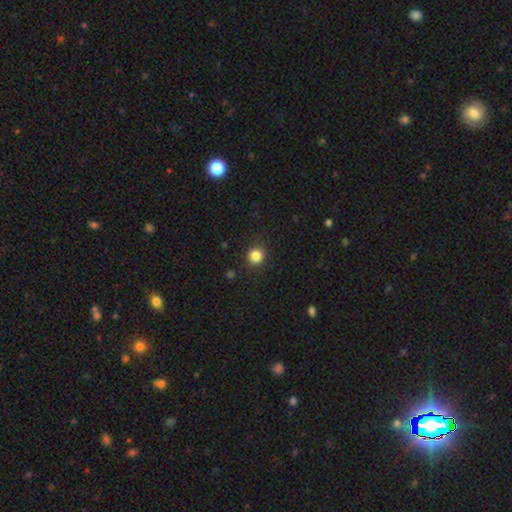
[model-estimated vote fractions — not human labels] Smooth or featured: smooth — 84% (star or artifact — 12%)
How rounded: round — 91% (in between — 8%)
Merging: none — 89% (minor disturbance — 7%)